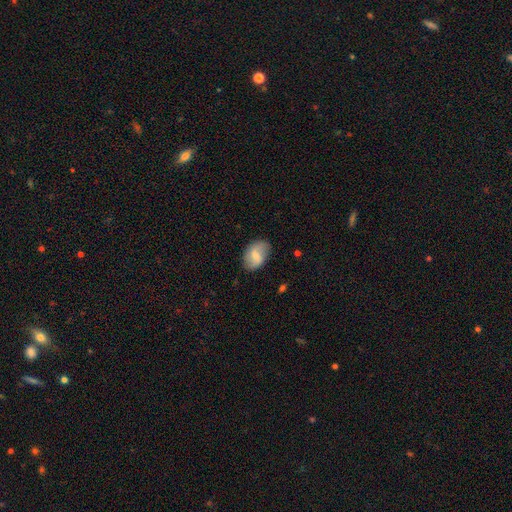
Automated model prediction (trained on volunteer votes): featured or disk 47%, smooth 46%, star or artifact 7%. Down the decision tree: merging — none (77%).